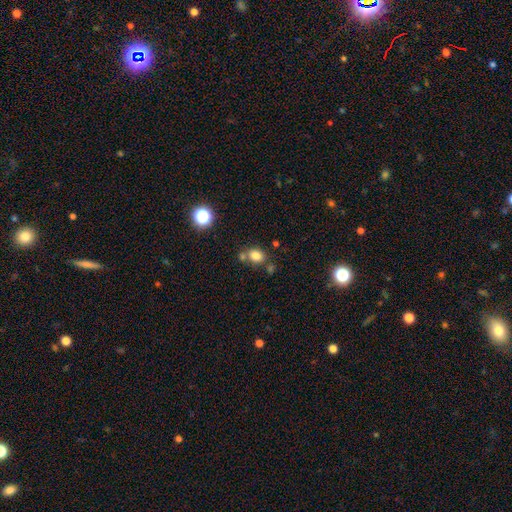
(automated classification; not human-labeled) This appears to be a smooth galaxy with no disk features (79%) that is in between round and cigar-shaped (55%). Merging: none (61%).